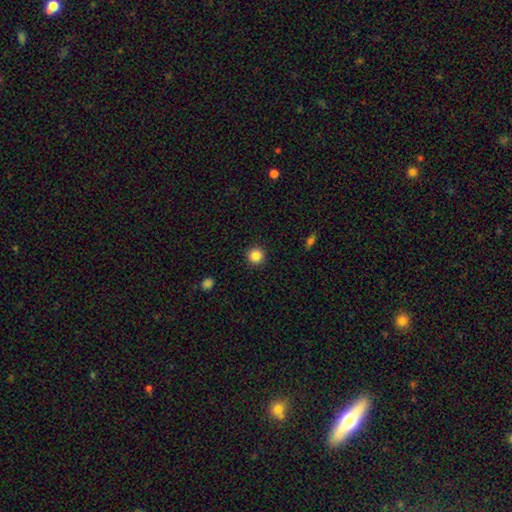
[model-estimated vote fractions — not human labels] This is clearly a smooth galaxy (86%). How rounded: clearly round (96%). Merging: clearly none (93%).